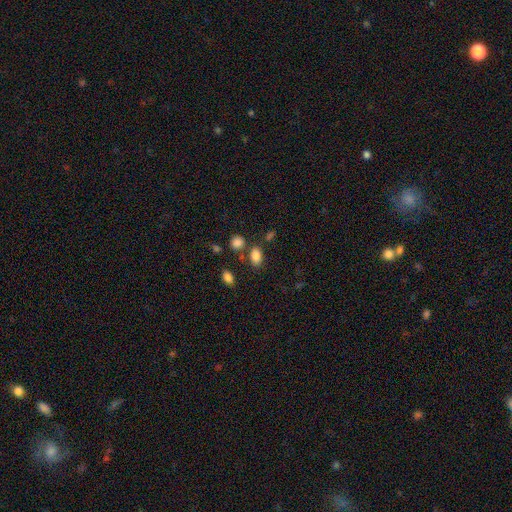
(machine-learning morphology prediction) smooth_or_featured: smooth (p=0.84) [alt: star or artifact p=0.10]
how_rounded: in between (p=0.84) [alt: round p=0.14]
merging: none (p=0.70) [alt: minor disturbance p=0.13]